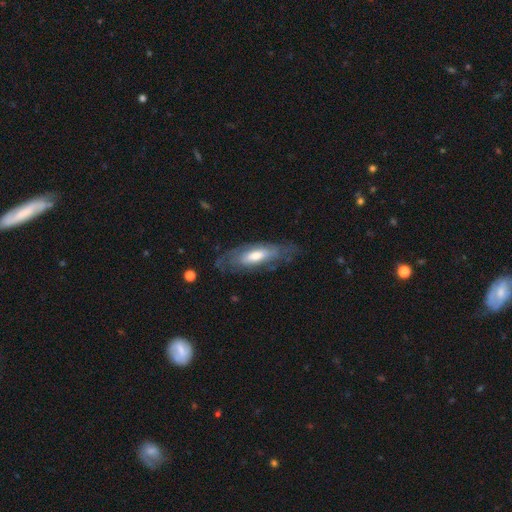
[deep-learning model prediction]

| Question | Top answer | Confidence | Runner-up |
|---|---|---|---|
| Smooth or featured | featured or disk | 58% | smooth (37%) |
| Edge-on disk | no | 69% | yes (31%) |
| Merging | none | 69% | minor disturbance (20%) |